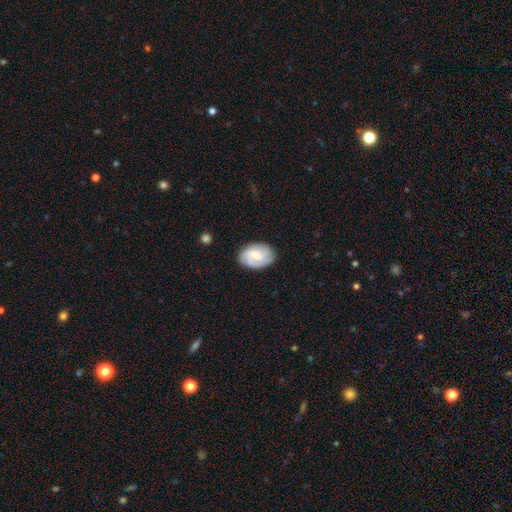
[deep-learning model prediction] featured or disk 60%, smooth 34%, star or artifact 6%. Down the decision tree: edge-on disk — no (97%); bar — weak (46%); spiral arms — yes (91%); spiral arm count — 3 (30%, tied with 2); spiral winding — tight (45%); bulge size — small (45%); merging — none (78%).